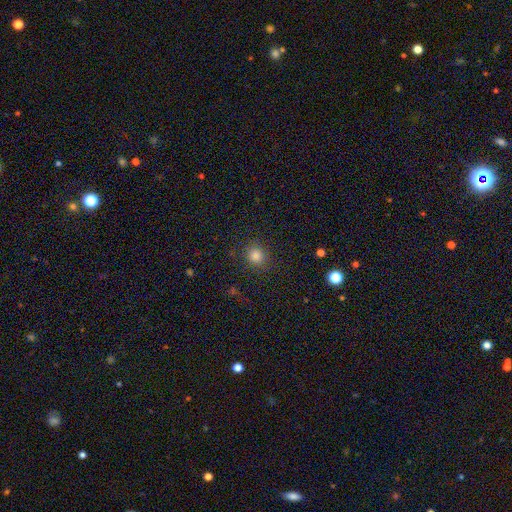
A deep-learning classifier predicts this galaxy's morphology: smooth-or-featured: smooth: 83% | star or artifact: 13% | featured or disk: 5%
  how-rounded: round: 87% | in between: 12% | cigar-shaped: 1%
  merging: none: 87% | minor disturbance: 8% | major disturbance: 4% | merger: 1%